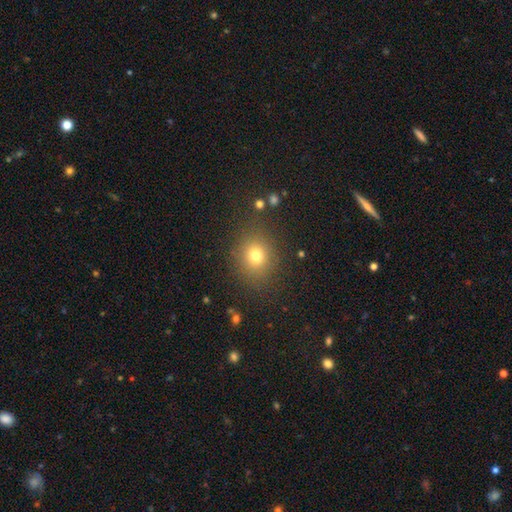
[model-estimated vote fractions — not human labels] A smooth galaxy with no disk features (74%) that is round (71%).

Vote fractions:
- Smooth or featured? smooth: 74% / star or artifact: 17% / featured or disk: 9%
- How rounded? round: 71% / in between: 28% / cigar-shaped: 1%
- Merging? none: 84% / minor disturbance: 10% / major disturbance: 4% / merger: 2%